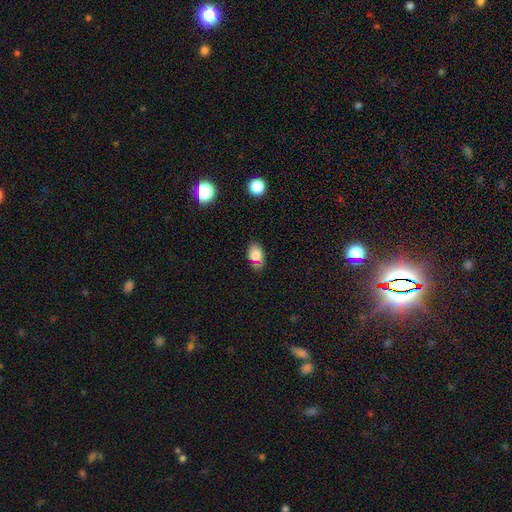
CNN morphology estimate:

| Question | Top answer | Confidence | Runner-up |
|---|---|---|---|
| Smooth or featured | smooth | 77% | star or artifact (13%) |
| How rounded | in between | 86% | round (12%) |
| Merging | none | 70% | minor disturbance (20%) |